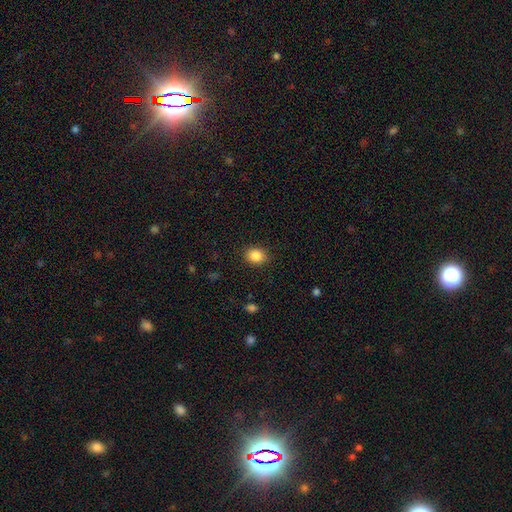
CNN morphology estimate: This is clearly a smooth galaxy (87%). How rounded: possibly round (51%). Merging: clearly none (87%).